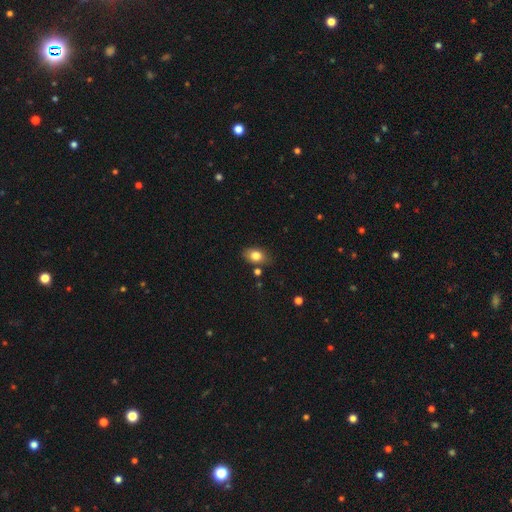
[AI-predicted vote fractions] Overall: smooth (80%). How rounded: in between (79%). Merging: none (77%).